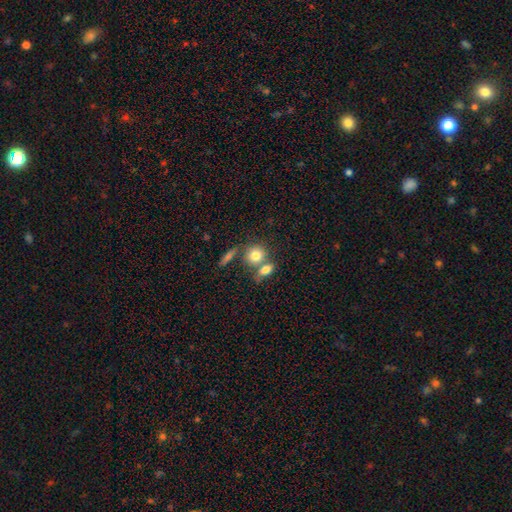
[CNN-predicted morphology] This is likely a smooth galaxy (79%). How rounded: likely round (71%). Merging: possibly none (46%).